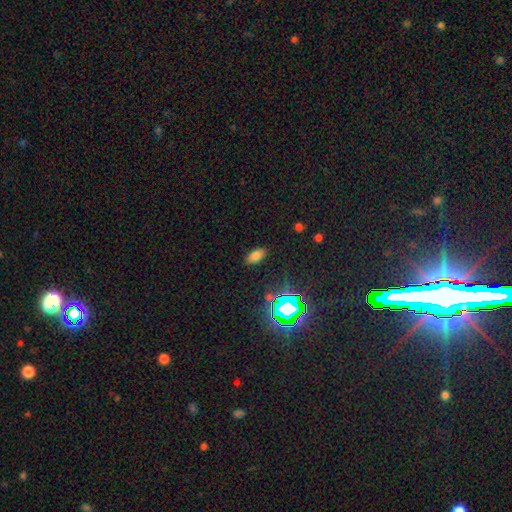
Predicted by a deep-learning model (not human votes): Overall: smooth (72%). How rounded: in between (91%). Merging: none (86%).